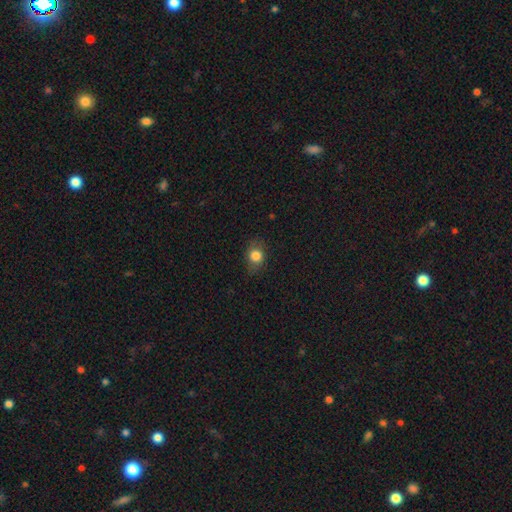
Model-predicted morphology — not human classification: smooth 81%, star or artifact 10%, featured or disk 9%. Down the decision tree: how rounded — round (57%); merging — none (77%).